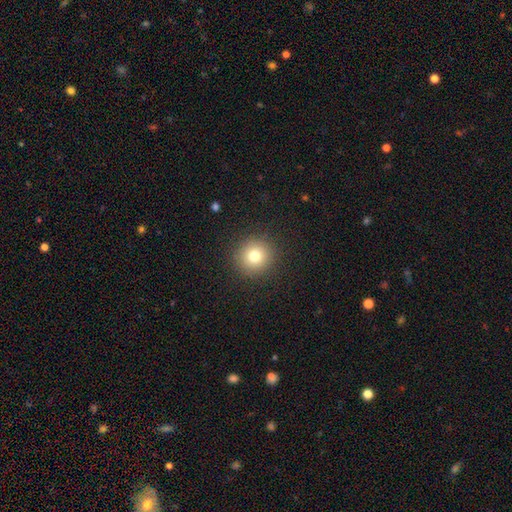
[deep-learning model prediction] The model was most divided on "smooth or featured": smooth: 76%, star or artifact: 17%, featured or disk: 8%. More confident: how rounded — round (96%); merging — none (93%).